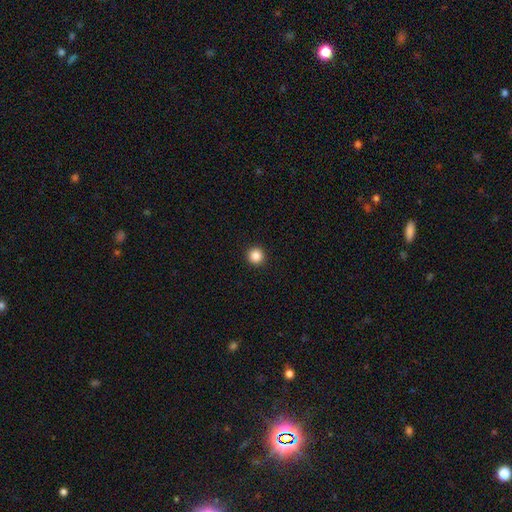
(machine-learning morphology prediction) The model was most divided on "smooth or featured": smooth: 87%, star or artifact: 10%, featured or disk: 3%. More confident: how rounded — round (96%); merging — none (94%).